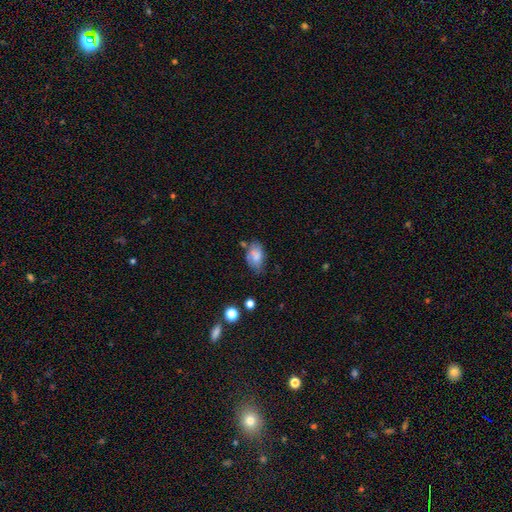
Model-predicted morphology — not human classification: This is likely a smooth galaxy (73%). How rounded: clearly in between (88%). Merging: possibly none (46%).